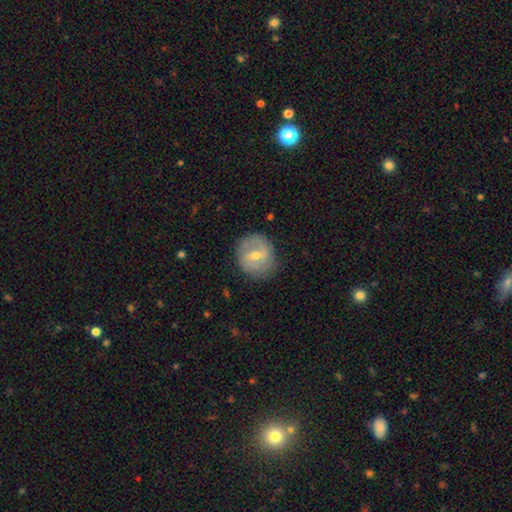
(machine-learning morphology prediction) featured or disk 62%, smooth 31%, star or artifact 7%. Down the decision tree: edge-on disk — no (96%); bar — weak (54%); spiral arms — yes (68%); bulge size — moderate (56%); merging — none (81%).